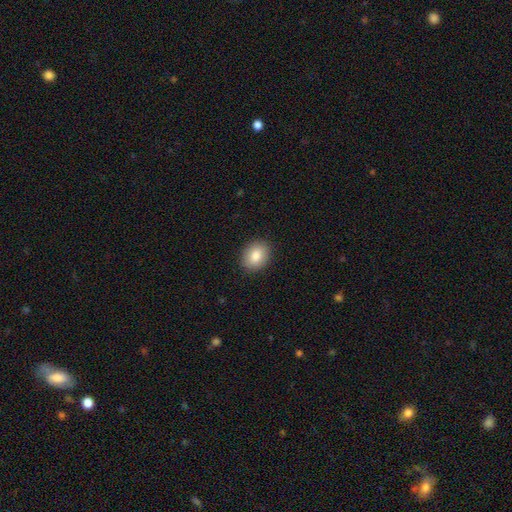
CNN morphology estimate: Q: Smooth or featured?
A: smooth (84%); runner-up: featured or disk (8%)
Q: How rounded?
A: in between (62%); runner-up: round (37%)
Q: Merging?
A: none (90%); runner-up: minor disturbance (8%)